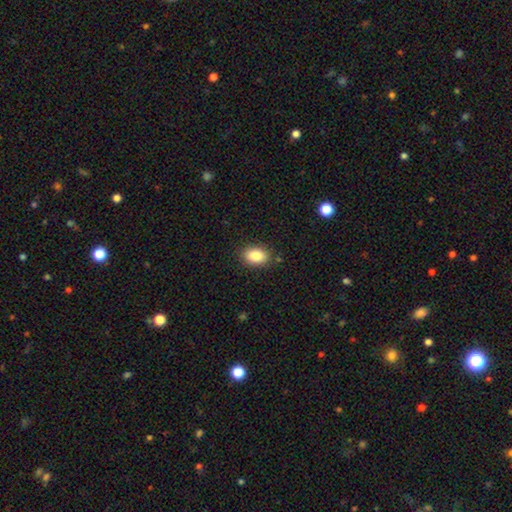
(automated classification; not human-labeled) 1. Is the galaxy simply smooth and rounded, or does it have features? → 85% smooth, 8% star or artifact, 6% featured or disk.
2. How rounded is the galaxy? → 83% in between, 15% round, 1% cigar-shaped.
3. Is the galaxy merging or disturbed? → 86% none, 10% minor disturbance, 3% major disturbance, 2% merger.